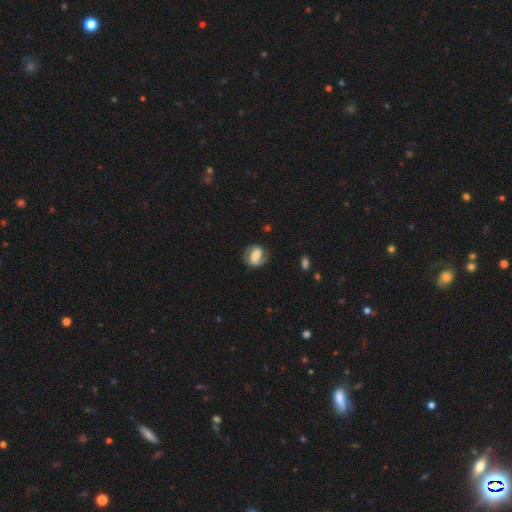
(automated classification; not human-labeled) The model was most divided on "bar": strong: 42%, weak: 37%, no: 20%. Remaining: edge-on disk — no (96%); spiral arms — yes (85%); merging — none (73%); smooth or featured — featured or disk (60%); bulge size — moderate (41%).